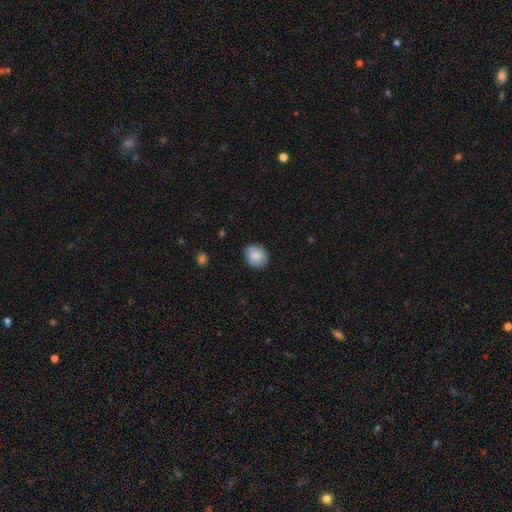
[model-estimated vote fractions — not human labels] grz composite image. It shows a smooth galaxy with no disk features (86%) that is round (72%). Merging: none (86%).